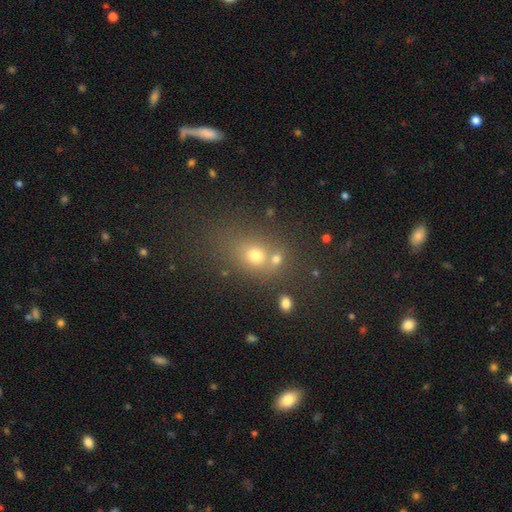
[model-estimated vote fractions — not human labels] Smooth or featured: smooth — 63% (star or artifact — 23%)
How rounded: round — 56% (in between — 41%)
Merging: none — 53% (merger — 30%)